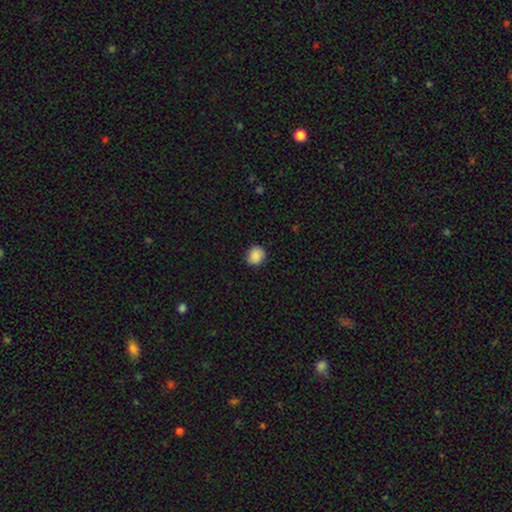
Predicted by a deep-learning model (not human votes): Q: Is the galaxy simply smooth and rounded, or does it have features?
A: smooth — 88%.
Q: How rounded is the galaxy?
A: round — 81%.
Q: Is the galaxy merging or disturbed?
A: none — 87%.